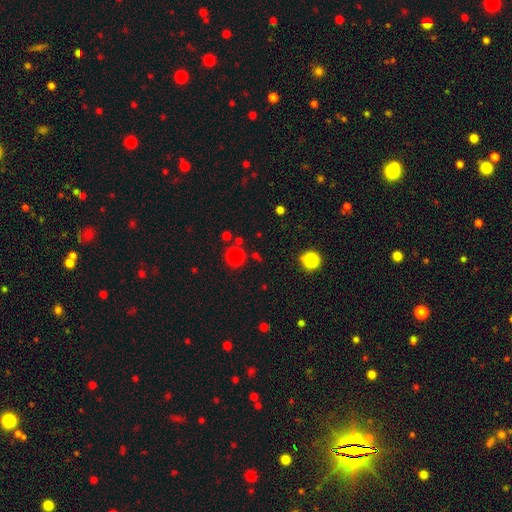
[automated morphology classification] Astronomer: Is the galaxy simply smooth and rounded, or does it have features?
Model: smooth — 79%.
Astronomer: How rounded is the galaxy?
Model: round — 92%.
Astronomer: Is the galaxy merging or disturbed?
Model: none — 83%.